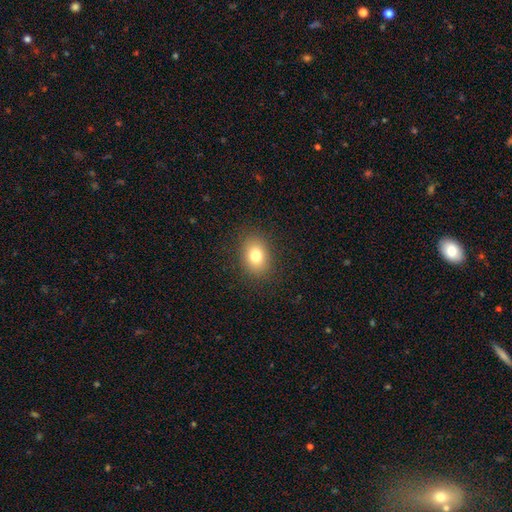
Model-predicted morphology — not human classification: smooth 79%, star or artifact 11%, featured or disk 10%. Down the decision tree: how rounded — in between (66%); merging — none (88%).